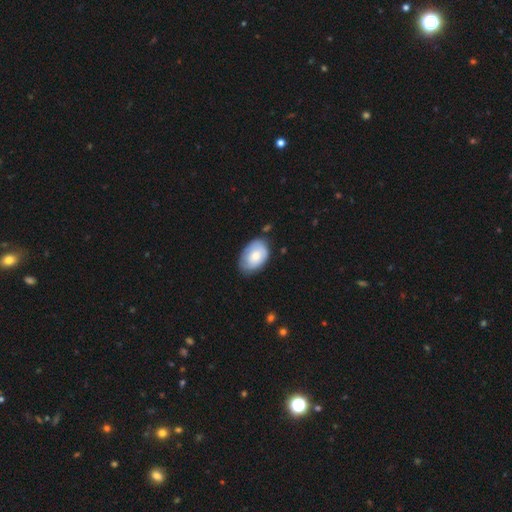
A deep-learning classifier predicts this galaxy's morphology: Smooth or featured?
  - smooth: 69% *
  - featured or disk: 25%
  - star or artifact: 6%
How rounded?
  - in between: 88% *
  - round: 11%
  - cigar-shaped: 1%
Merging?
  - none: 68% *
  - minor disturbance: 25%
  - major disturbance: 5%
  - merger: 2%